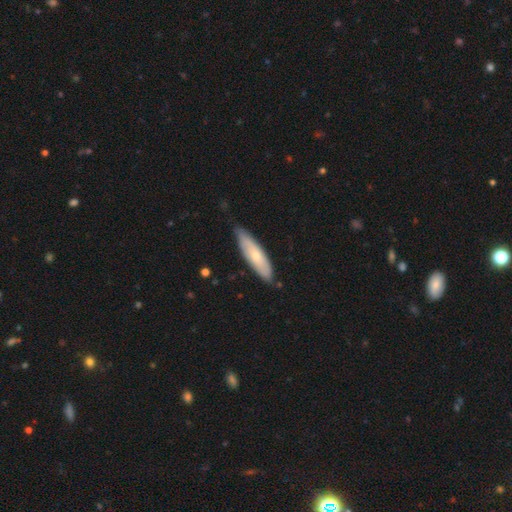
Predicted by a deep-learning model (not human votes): Overall: smooth (62%; featured or disk 33%). How rounded: cigar-shaped (65%; in between 33%). Merging: none (78%).